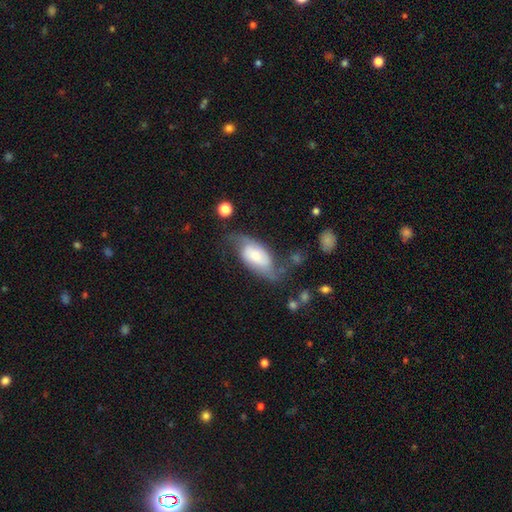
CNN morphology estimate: The model was most divided on "bulge size": moderate: 30%, large: 27%, small: 25%, dominant: 9%, none: 9%. Remaining: edge-on disk — no (92%); spiral arms — yes (90%); spiral arm count — 2 (87%); smooth or featured — featured or disk (65%); bar — no (52%); spiral winding — loose (50%); merging — none (49%).